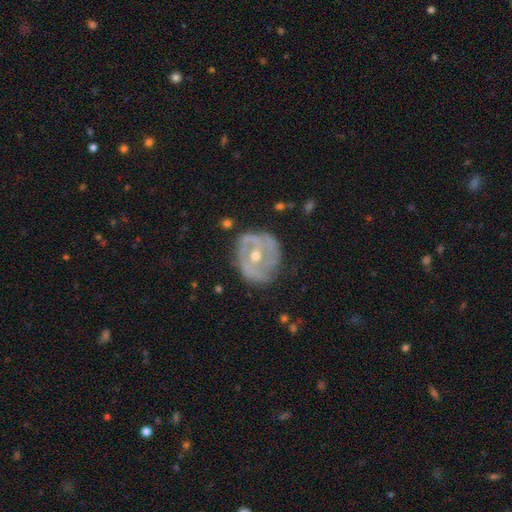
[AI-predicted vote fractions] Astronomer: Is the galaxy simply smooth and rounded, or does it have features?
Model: featured or disk — 78%.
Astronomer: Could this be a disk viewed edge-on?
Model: no — 96%.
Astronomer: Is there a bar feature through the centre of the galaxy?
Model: no — 54% (runner-up: weak, 31%).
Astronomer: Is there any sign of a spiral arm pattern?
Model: yes — 68%.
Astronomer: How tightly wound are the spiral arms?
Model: tight — 52% (runner-up: medium, 33%).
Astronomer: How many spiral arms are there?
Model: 2 — 41% (runner-up: can't tell, 33%).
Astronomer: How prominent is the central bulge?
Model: moderate — 60% (runner-up: small, 37%).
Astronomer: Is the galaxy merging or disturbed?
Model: none — 68%.